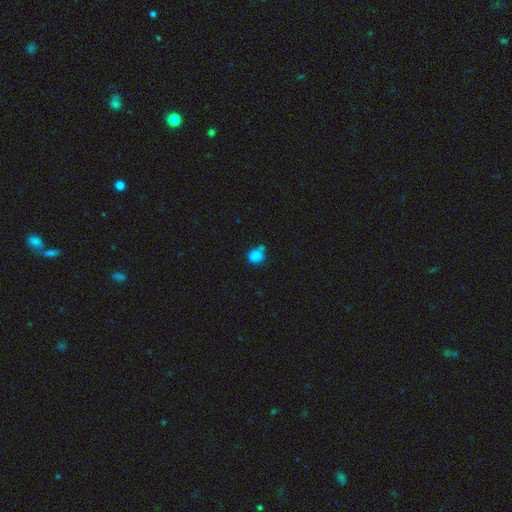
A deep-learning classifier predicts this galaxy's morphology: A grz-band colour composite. It shows a smooth galaxy with no disk features (83%) that is round (63%). Merging: none (52%).